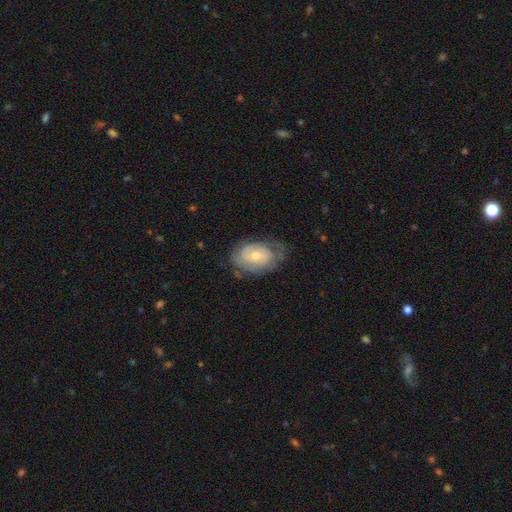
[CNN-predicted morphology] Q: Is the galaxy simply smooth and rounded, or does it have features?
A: featured or disk — 64%.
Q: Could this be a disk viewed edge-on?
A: no — 96%.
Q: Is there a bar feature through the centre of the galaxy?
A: no — 74%.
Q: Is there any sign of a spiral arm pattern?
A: yes — 79%.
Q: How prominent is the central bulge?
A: moderate — 49%.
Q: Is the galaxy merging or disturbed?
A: none — 59%.